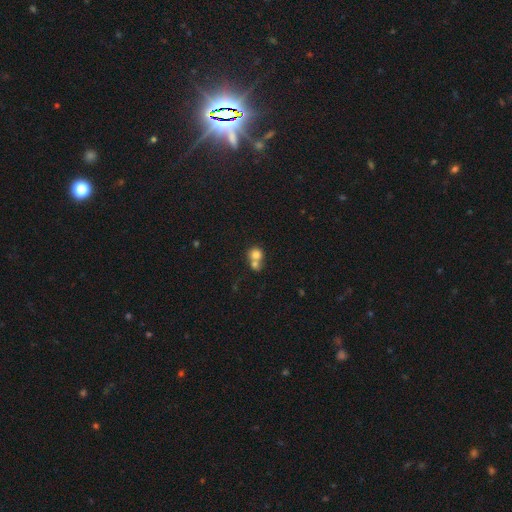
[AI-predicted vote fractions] Smooth or featured? smooth (77%)
How rounded? round (82%)
Merging? merger (60%)